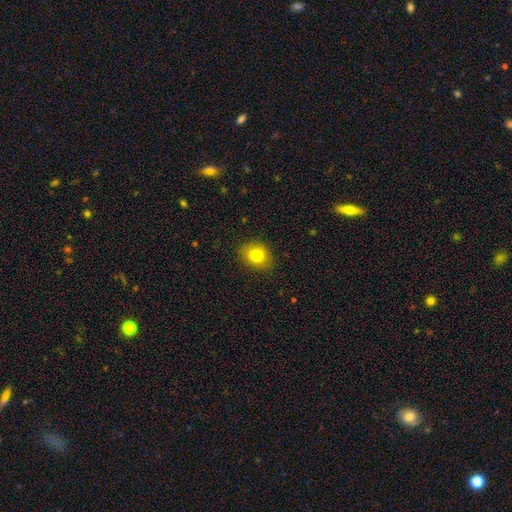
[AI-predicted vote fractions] Smooth or featured? Predicted: smooth (p=0.81). How rounded? Predicted: round (p=0.50). Merging? Predicted: none (p=0.85).